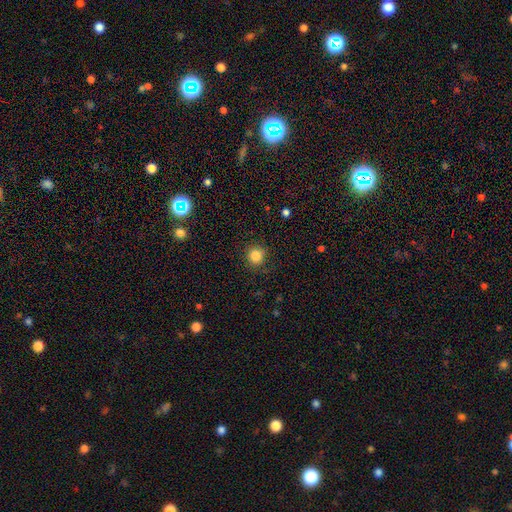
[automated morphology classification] This is clearly a smooth galaxy (84%). How rounded: clearly round (91%). Merging: clearly none (88%).